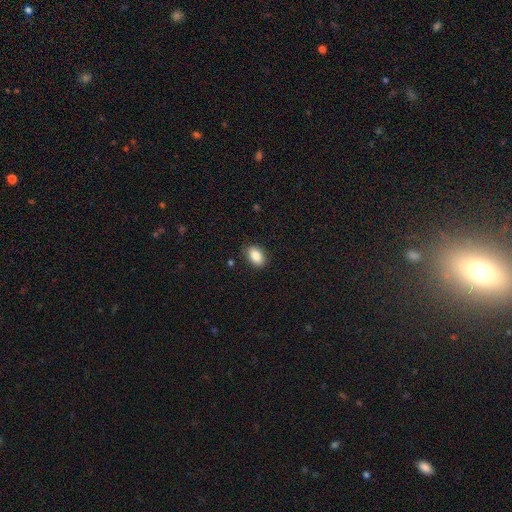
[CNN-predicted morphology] This is clearly a smooth galaxy (87%). How rounded: clearly in between (88%). Merging: clearly none (86%).